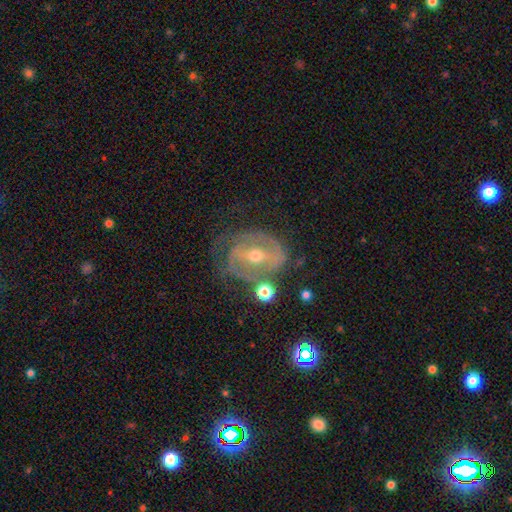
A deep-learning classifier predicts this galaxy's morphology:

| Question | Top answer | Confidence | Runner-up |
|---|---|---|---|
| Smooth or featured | featured or disk | 82% | smooth (11%) |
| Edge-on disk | no | 96% | yes (4%) |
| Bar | strong | 47% | weak (36%) |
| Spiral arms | yes | 82% | no (18%) |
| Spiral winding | tight | 45% | medium (40%) |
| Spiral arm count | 2 | 60% | can't tell (22%) |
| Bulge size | moderate | 59% | small (38%) |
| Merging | none | 58% | minor disturbance (22%) |